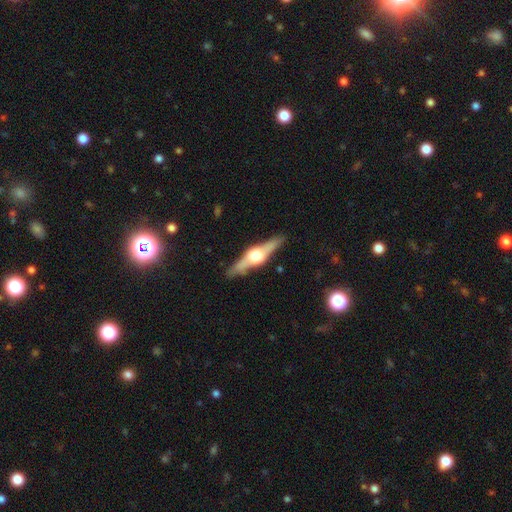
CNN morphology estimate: Overall: featured or disk (79%). Edge-on disk: yes (97%). Edge-on bulge: rounded (92%). Merging: none (86%).